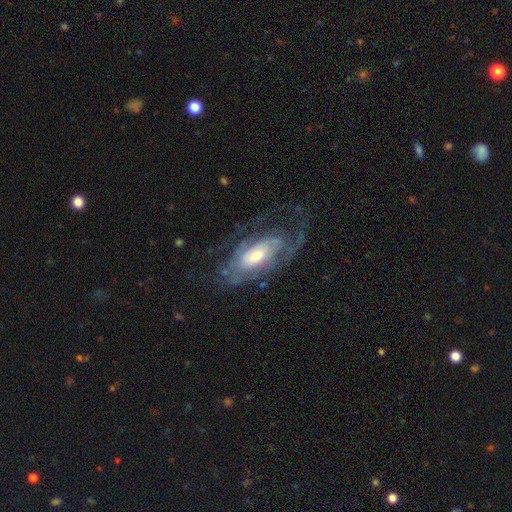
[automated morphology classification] A featured or disk galaxy (78%) with no bar (58%), tight (43%) spiral arms (86%) and a moderate central bulge (51%). Merging: none (51%).